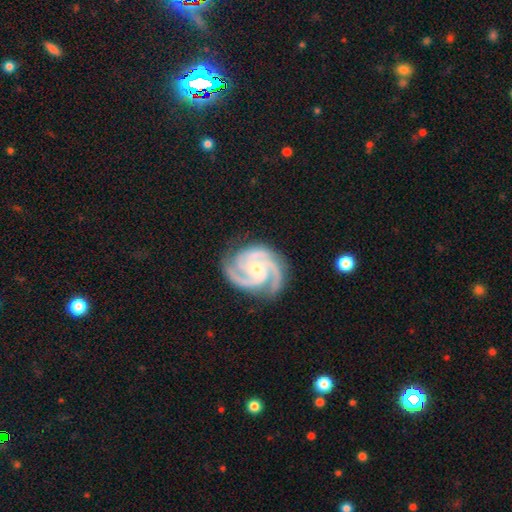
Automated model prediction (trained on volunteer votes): The model was most divided on "spiral winding": tight: 60%, medium: 37%, loose: 3%. More confident: spiral arms — yes (99%); edge-on disk — no (98%); smooth or featured — featured or disk (94%); merging — none (81%); spiral arm count — 3 (75%); bar — no (68%); bulge size — small (61%).